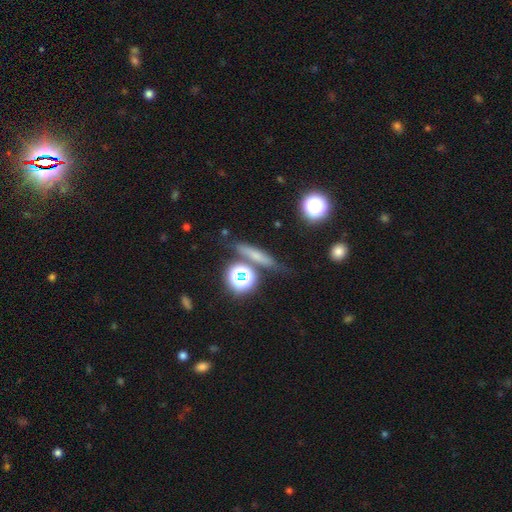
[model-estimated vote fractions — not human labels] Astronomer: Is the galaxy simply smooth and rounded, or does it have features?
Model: smooth — 57%.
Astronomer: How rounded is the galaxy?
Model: cigar-shaped — 71%.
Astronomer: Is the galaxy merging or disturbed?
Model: none — 76%.